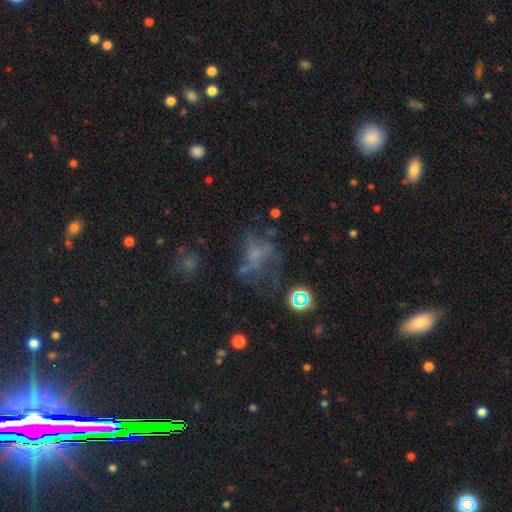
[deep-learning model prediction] smooth-or-featured: featured or disk: 42% | smooth: 29% | star or artifact: 29%
  merging: major disturbance: 37% (tied) | none: 37% (tied) | minor disturbance: 17% | merger: 8%